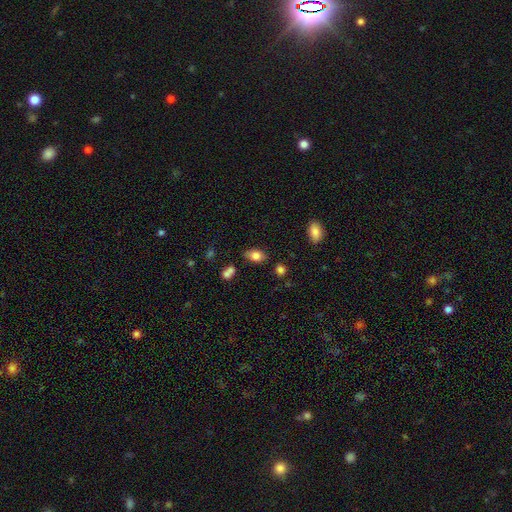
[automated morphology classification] The model was most divided on "merging": none: 76%, minor disturbance: 15%, merger: 5%, major disturbance: 3%. More confident: how rounded — in between (86%); smooth or featured — smooth (81%).